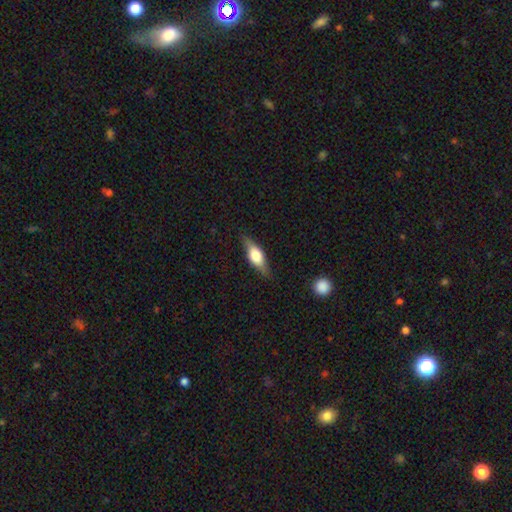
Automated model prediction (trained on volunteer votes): smooth 47%, featured or disk 46%, star or artifact 6%. Down the decision tree: merging — none (82%).